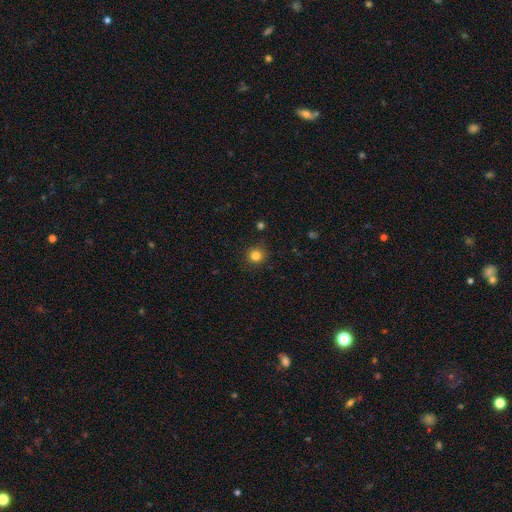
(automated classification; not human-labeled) Smooth or featured? Predicted: smooth (p=0.83). How rounded? Predicted: round (p=0.92). Merging? Predicted: none (p=0.87).